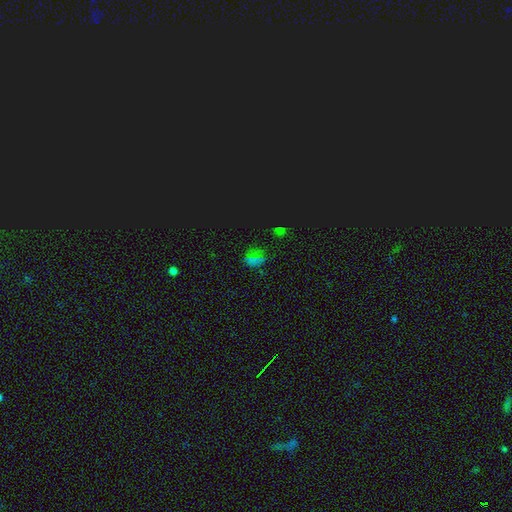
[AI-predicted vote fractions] Morphology: type=star or artifact (57%).